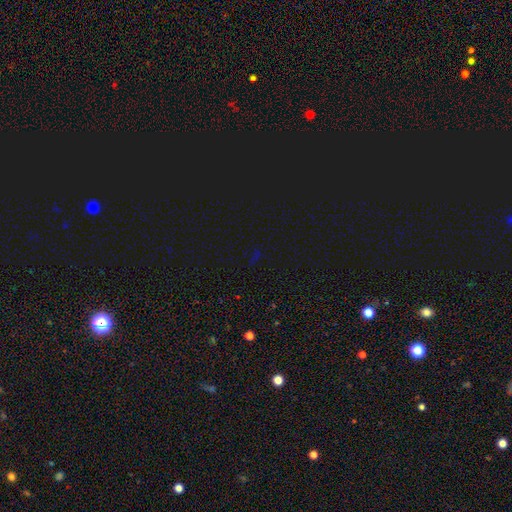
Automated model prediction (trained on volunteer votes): A star or artifact, not a galaxy (73%).